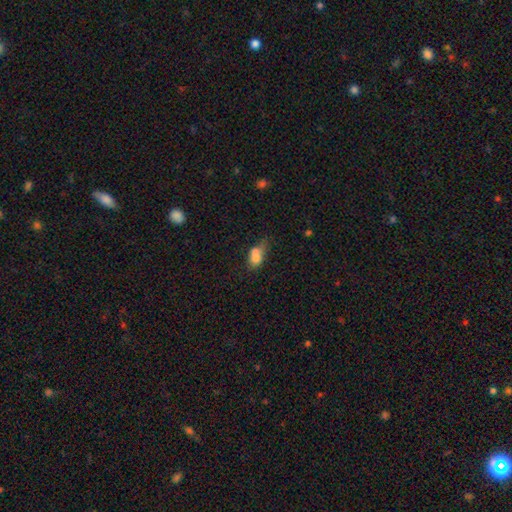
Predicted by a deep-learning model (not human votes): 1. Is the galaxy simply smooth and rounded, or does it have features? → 69% smooth, 20% featured or disk, 11% star or artifact.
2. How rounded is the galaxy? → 72% in between, 23% round, 5% cigar-shaped.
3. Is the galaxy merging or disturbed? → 51% merger, 23% none, 15% minor disturbance, 10% major disturbance.